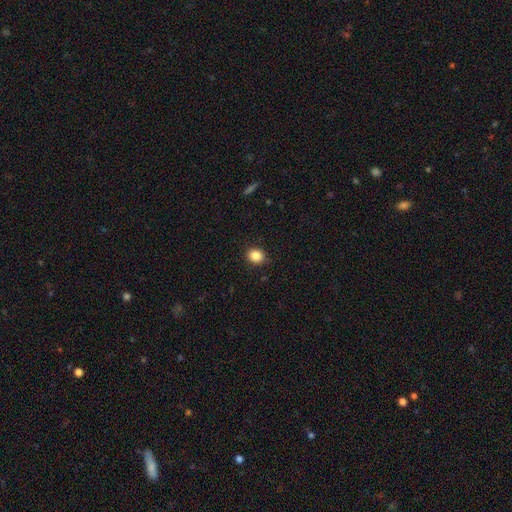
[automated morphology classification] Smooth or featured?
  - smooth: 86% *
  - star or artifact: 10%
  - featured or disk: 4%
How rounded?
  - round: 63% *
  - in between: 36%
  - cigar-shaped: 1%
Merging?
  - none: 87% *
  - minor disturbance: 9%
  - major disturbance: 2%
  - merger: 1%